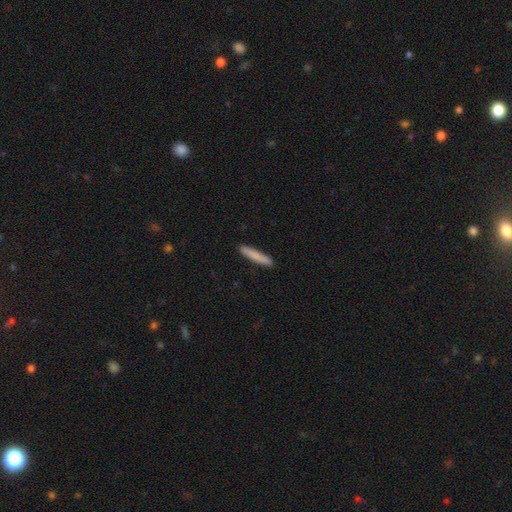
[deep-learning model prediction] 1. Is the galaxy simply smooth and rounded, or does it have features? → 84% smooth, 11% featured or disk, 6% star or artifact.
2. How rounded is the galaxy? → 92% cigar-shaped, 6% in between, 1% round.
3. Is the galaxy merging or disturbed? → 91% none, 7% minor disturbance, 1% major disturbance, 1% merger.